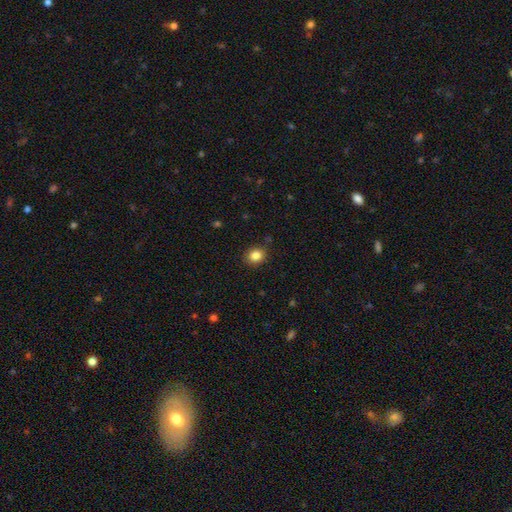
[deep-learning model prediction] Smooth or featured?
  - smooth: 84% *
  - star or artifact: 11%
  - featured or disk: 5%
How rounded?
  - round: 68% *
  - in between: 31%
  - cigar-shaped: 1%
Merging?
  - none: 88% *
  - minor disturbance: 8%
  - major disturbance: 2%
  - merger: 1%